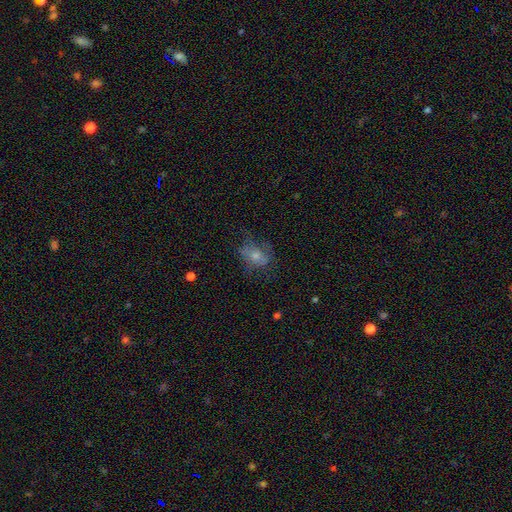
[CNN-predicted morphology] This is marginally a featured or disk galaxy (41%, tied with smooth). Merging: likely none (60%).